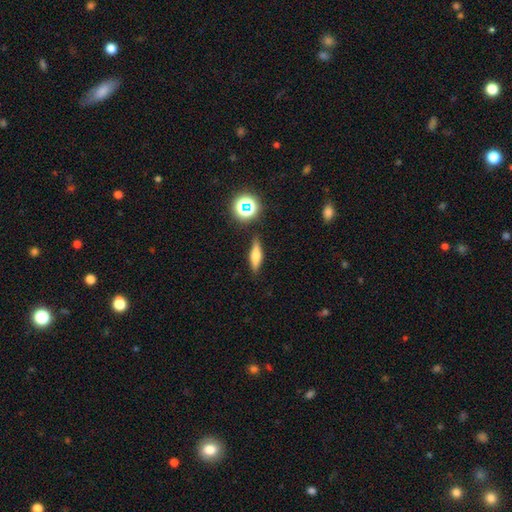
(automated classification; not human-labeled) The model was most divided on "smooth or featured": smooth: 53%, featured or disk: 36%, star or artifact: 12%. More confident: merging — none (84%); how rounded — cigar-shaped (62%).